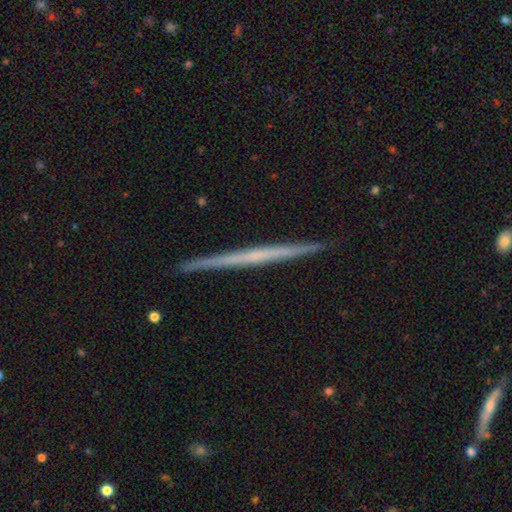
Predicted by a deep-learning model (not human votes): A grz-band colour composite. It shows a featured or disk galaxy (64%) viewed edge-on (98%) with no central bulge (86%). Merging: none (92%).